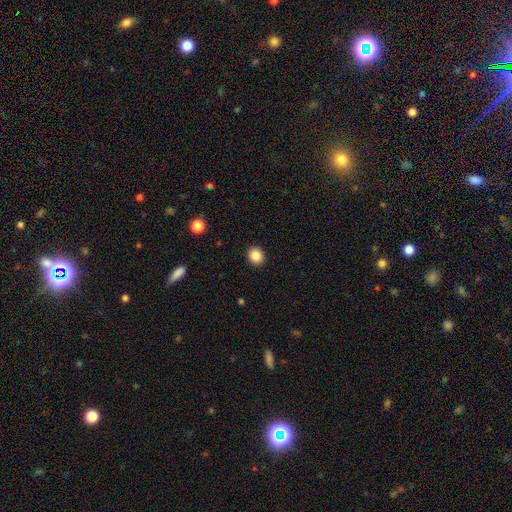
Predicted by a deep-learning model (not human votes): The model was most divided on "how rounded": round: 78%, in between: 22%, cigar-shaped: 1%. More confident: merging — none (92%); smooth or featured — smooth (87%).